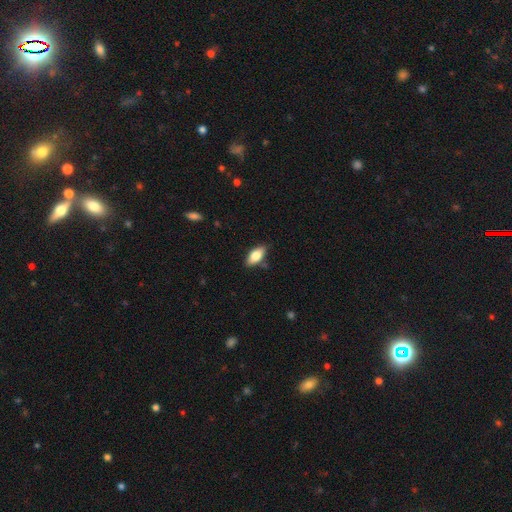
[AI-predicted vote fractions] Smooth or featured? smooth (79%)
How rounded? in between (88%)
Merging? none (81%)